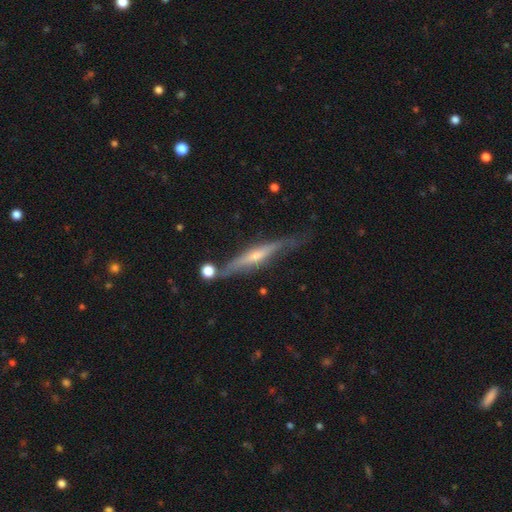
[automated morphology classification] A featured or disk galaxy (69%) viewed edge-on (91%) with a rounded central bulge (65%).

Vote fractions:
- Smooth or featured? featured or disk: 69% / smooth: 24% / star or artifact: 6%
- Edge-on disk? yes: 91% / no: 9%
- Edge-on bulge? rounded: 65% / none: 23% / boxy: 12%
- Merging? none: 65% / minor disturbance: 21% / major disturbance: 7% / merger: 7%